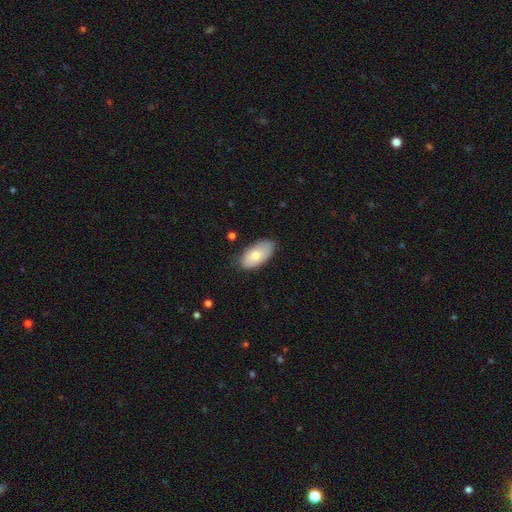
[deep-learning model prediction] smooth-or-featured: smooth: 74% | featured or disk: 20% | star or artifact: 6%
  how-rounded: in between: 94% | round: 3% | cigar-shaped: 3%
  merging: none: 78% | minor disturbance: 17% | major disturbance: 3% | merger: 1%